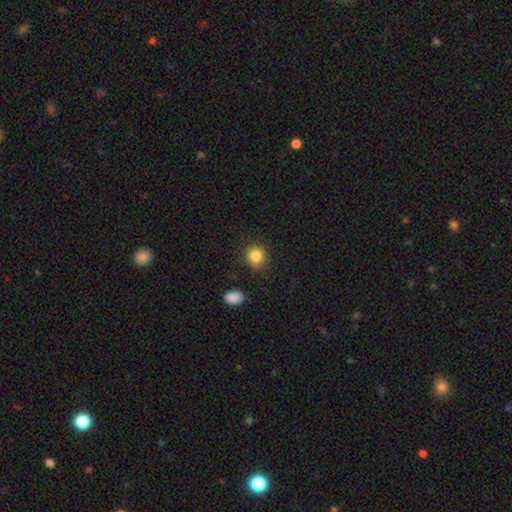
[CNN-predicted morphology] Smooth or featured?
  - smooth: 85% *
  - star or artifact: 10%
  - featured or disk: 4%
How rounded?
  - round: 86% *
  - in between: 13%
  - cigar-shaped: 1%
Merging?
  - none: 86% *
  - minor disturbance: 9%
  - major disturbance: 3%
  - merger: 2%